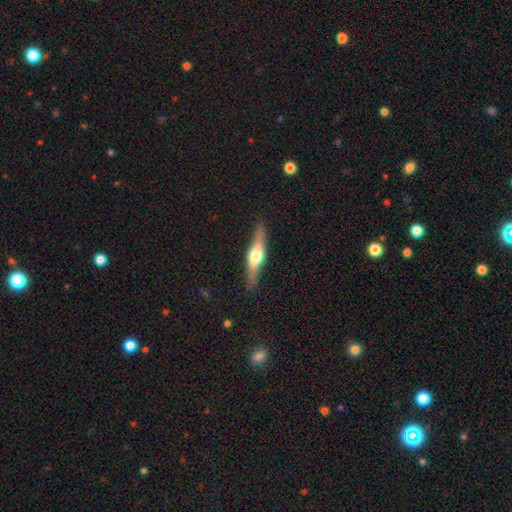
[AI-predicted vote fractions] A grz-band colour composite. It shows a featured or disk galaxy (61%) viewed edge-on (94%) with a rounded central bulge (90%). Merging: none (87%).